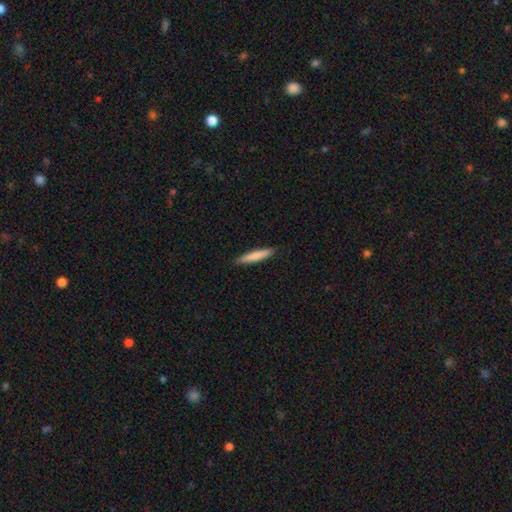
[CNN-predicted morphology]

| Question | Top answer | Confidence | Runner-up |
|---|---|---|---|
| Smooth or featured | smooth | 81% | featured or disk (14%) |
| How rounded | cigar-shaped | 92% | in between (7%) |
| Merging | none | 90% | minor disturbance (8%) |